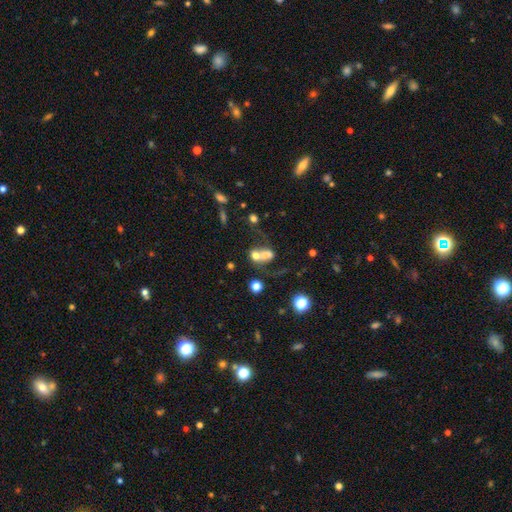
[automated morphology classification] smooth-or-featured: smooth: 55% | featured or disk: 28% | star or artifact: 17%
  how-rounded: in between: 49% (tied) | round: 49% (tied) | cigar-shaped: 2%
  merging: merger: 58% | none: 20% | major disturbance: 14% | minor disturbance: 8%